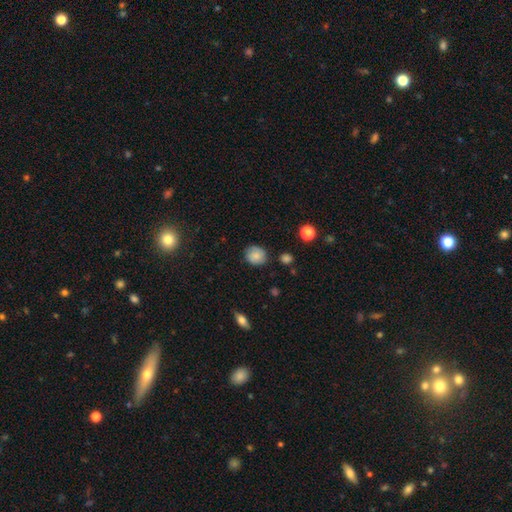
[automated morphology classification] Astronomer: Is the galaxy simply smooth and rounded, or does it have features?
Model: smooth — 77%.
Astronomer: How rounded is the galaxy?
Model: round — 77%.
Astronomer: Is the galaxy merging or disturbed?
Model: none — 76%.